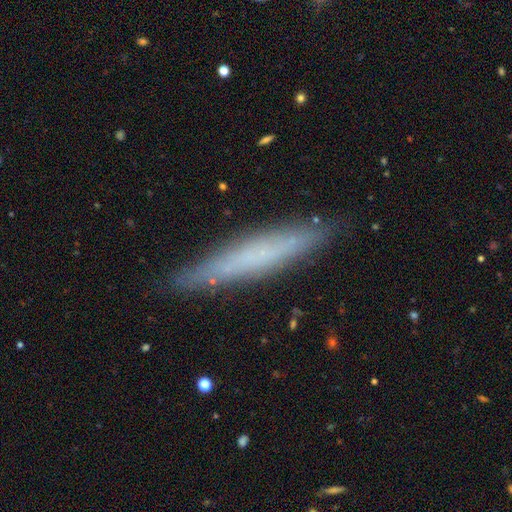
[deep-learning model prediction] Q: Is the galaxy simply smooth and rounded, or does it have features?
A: smooth — 49%.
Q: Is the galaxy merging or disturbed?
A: none — 85%.